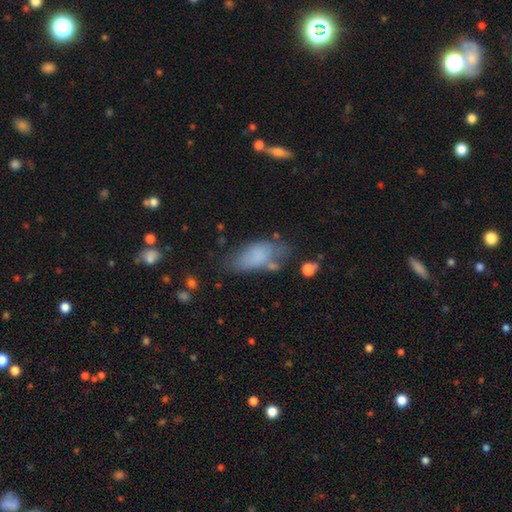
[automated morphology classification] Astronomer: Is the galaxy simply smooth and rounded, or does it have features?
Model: smooth — 73%.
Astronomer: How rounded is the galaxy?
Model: in between — 88%.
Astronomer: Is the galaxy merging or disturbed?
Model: none — 46% (runner-up: minor disturbance, 29%).